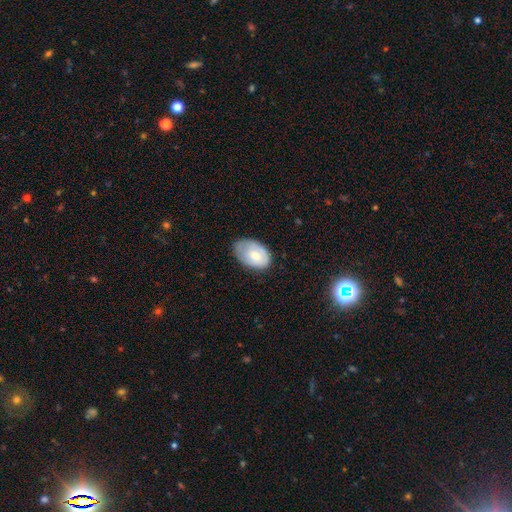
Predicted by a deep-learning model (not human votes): smooth_or_featured: smooth (p=0.69) [alt: featured or disk p=0.25]
how_rounded: in between (p=0.89) [alt: round p=0.10]
merging: none (p=0.57) [alt: minor disturbance p=0.33]